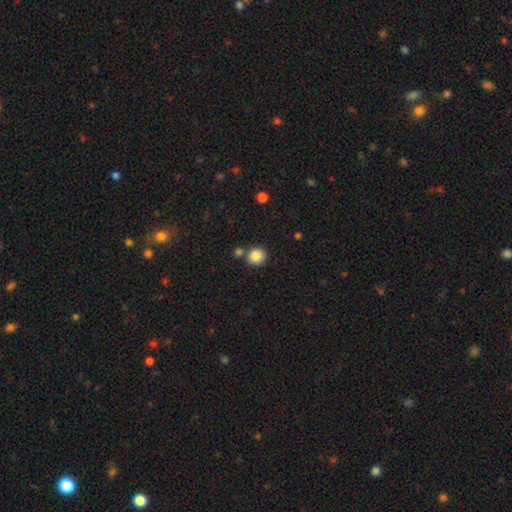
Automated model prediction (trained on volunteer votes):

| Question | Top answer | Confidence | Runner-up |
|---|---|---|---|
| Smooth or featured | smooth | 86% | star or artifact (9%) |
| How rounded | round | 90% | in between (9%) |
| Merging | none | 75% | merger (14%) |